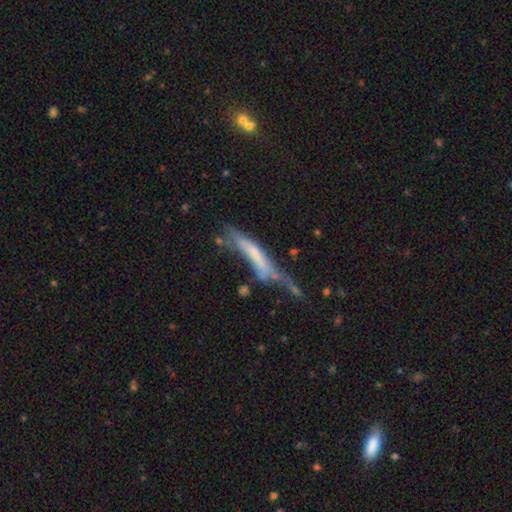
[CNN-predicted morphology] Smooth or featured: smooth — 46% (featured or disk — 44%)
Merging: major disturbance — 32% (none — 26%)